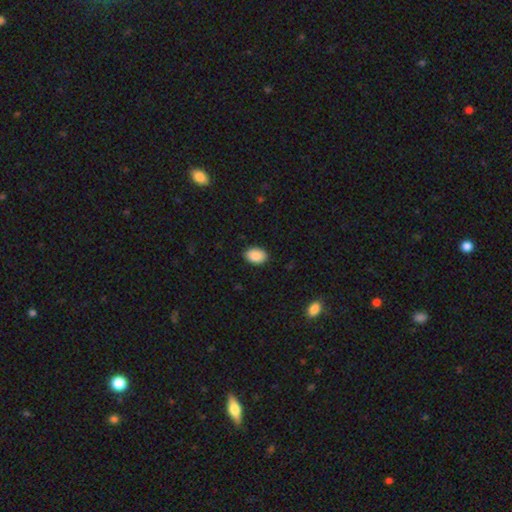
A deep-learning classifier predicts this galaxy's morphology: This is clearly a smooth galaxy (90%). How rounded: clearly in between (83%). Merging: clearly none (89%).